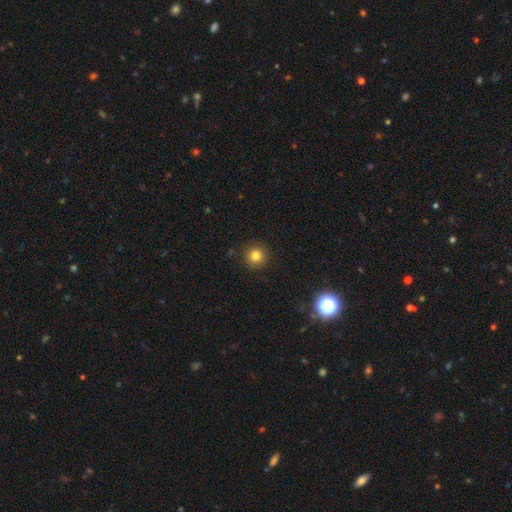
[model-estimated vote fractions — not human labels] smooth 81%, star or artifact 12%, featured or disk 6%. Down the decision tree: how rounded — round (95%); merging — none (89%).